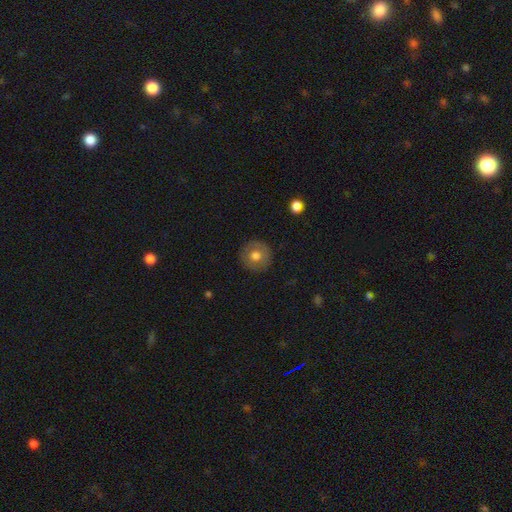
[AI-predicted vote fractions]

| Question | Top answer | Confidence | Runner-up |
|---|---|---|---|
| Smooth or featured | smooth | 68% | featured or disk (24%) |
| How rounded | round | 94% | in between (5%) |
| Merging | none | 89% | minor disturbance (8%) |